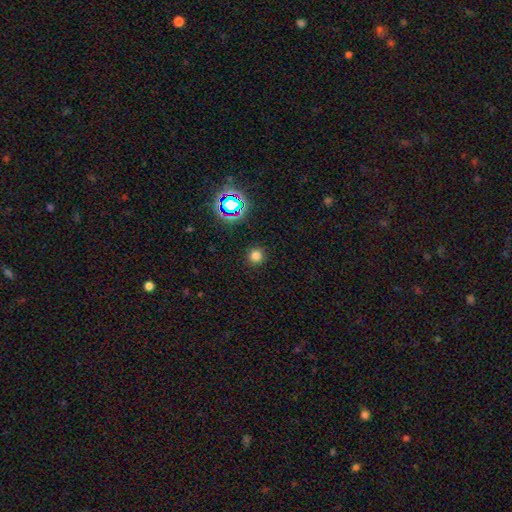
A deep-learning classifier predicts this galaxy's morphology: Overall: smooth (74%). How rounded: round (94%). Merging: none (91%).